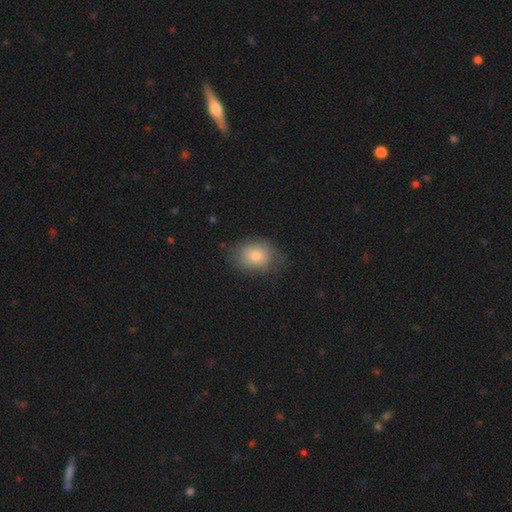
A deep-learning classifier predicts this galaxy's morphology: type=smooth (72%); roundness=in between (55%); merging=none (66%).